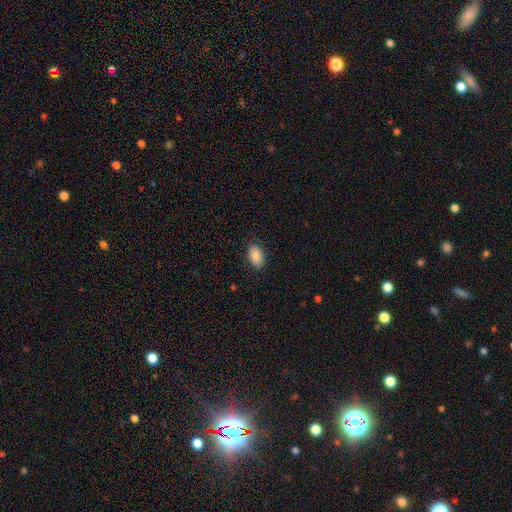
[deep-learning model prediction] Smooth or featured: smooth — 88% (star or artifact — 7%)
How rounded: in between — 91% (round — 8%)
Merging: none — 87% (minor disturbance — 10%)